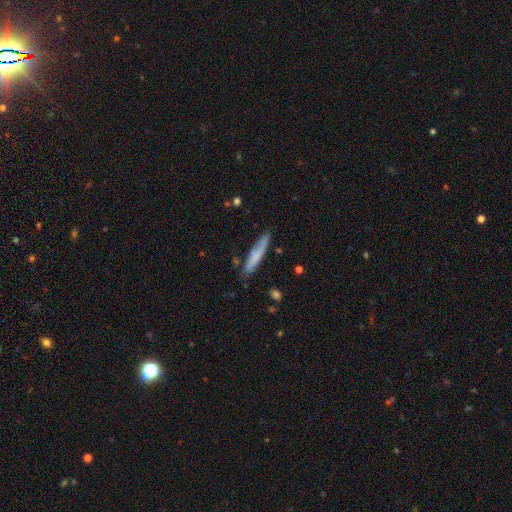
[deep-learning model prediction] A smooth galaxy with no disk features (62%) that is cigar-shaped (90%). Merging: none (76%).